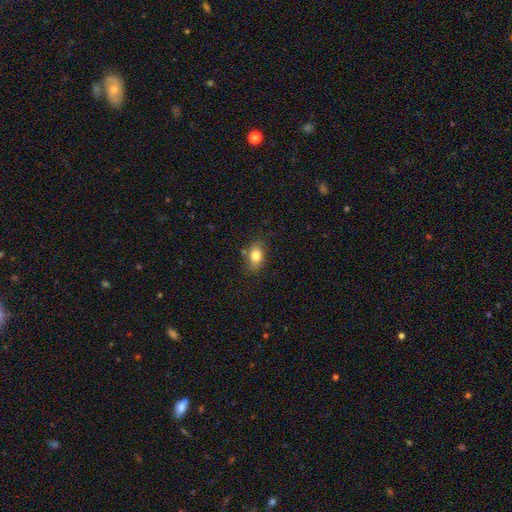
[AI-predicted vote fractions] This appears to be a smooth galaxy with no disk features (81%) that is in between round and cigar-shaped (84%). Merging: none (77%).